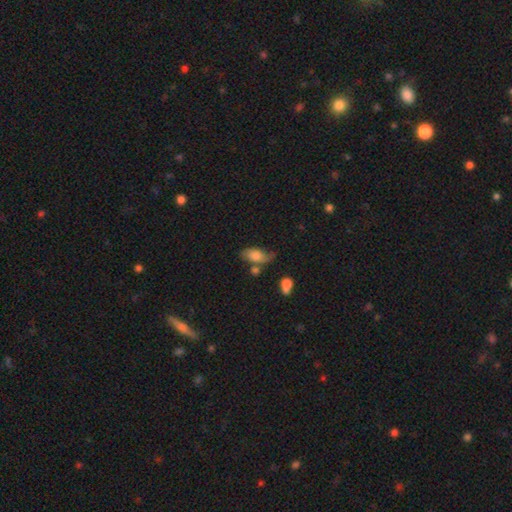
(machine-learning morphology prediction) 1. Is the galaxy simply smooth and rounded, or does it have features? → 60% smooth, 31% featured or disk, 9% star or artifact.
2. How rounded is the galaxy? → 88% in between, 6% round, 6% cigar-shaped.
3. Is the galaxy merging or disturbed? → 46% none, 28% minor disturbance, 14% major disturbance, 12% merger.